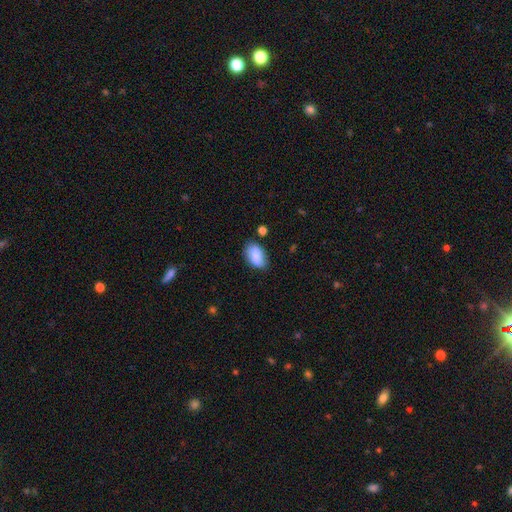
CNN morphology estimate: This is clearly a smooth galaxy (81%). How rounded: clearly in between (91%). Merging: likely none (68%).